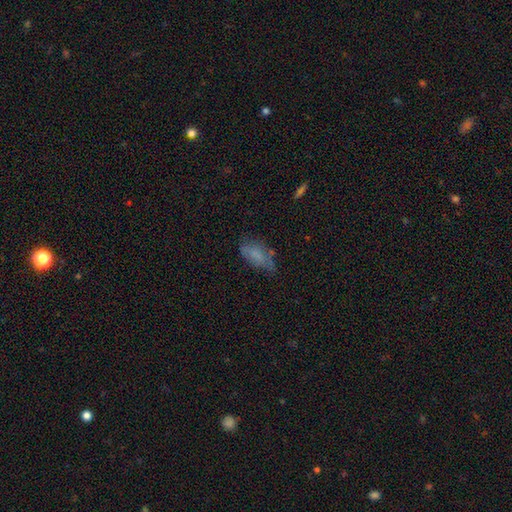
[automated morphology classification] Q: Smooth or featured?
A: smooth (61%); runner-up: featured or disk (25%)
Q: How rounded?
A: in between (83%); runner-up: cigar-shaped (12%)
Q: Merging?
A: none (47%); runner-up: minor disturbance (32%)